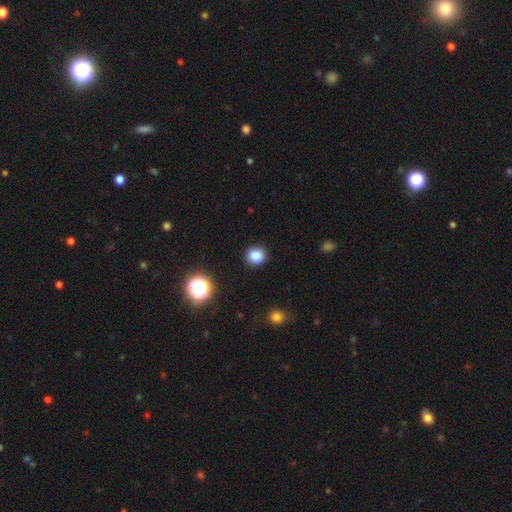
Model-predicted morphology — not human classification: Smooth or featured?
  - smooth: 84% *
  - star or artifact: 12%
  - featured or disk: 4%
How rounded?
  - round: 80% *
  - in between: 19%
  - cigar-shaped: 1%
Merging?
  - none: 90% *
  - minor disturbance: 6%
  - major disturbance: 2%
  - merger: 1%